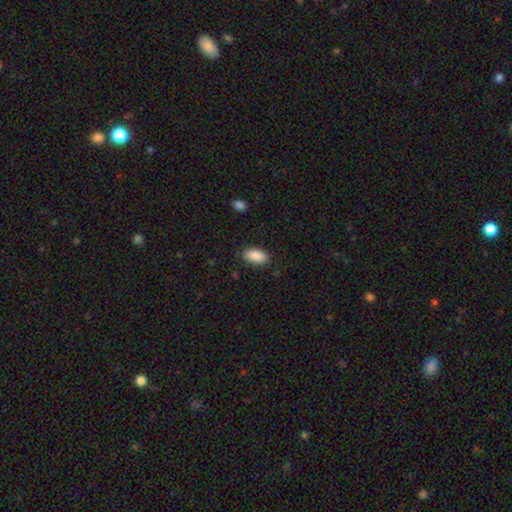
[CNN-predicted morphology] Q: Smooth or featured?
A: smooth (89%); runner-up: star or artifact (7%)
Q: How rounded?
A: in between (92%); runner-up: cigar-shaped (5%)
Q: Merging?
A: none (85%); runner-up: minor disturbance (11%)